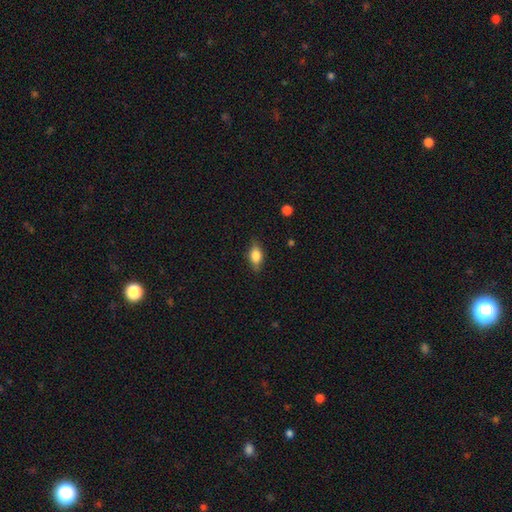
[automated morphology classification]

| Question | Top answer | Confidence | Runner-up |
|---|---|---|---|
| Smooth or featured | smooth | 76% | featured or disk (16%) |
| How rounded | in between | 82% | cigar-shaped (9%) |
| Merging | none | 81% | minor disturbance (15%) |